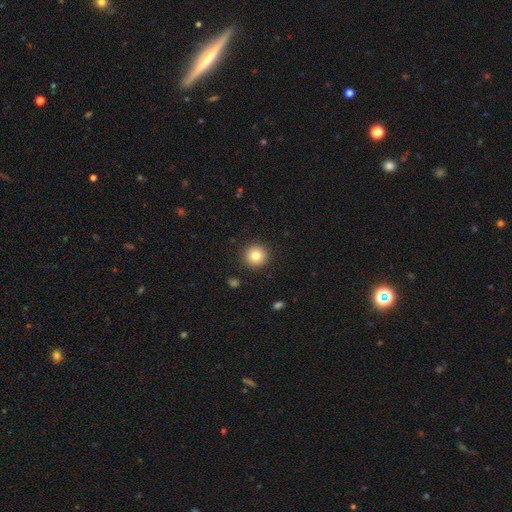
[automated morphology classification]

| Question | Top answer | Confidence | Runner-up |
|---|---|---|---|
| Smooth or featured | smooth | 81% | star or artifact (10%) |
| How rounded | round | 95% | in between (4%) |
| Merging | none | 91% | minor disturbance (6%) |